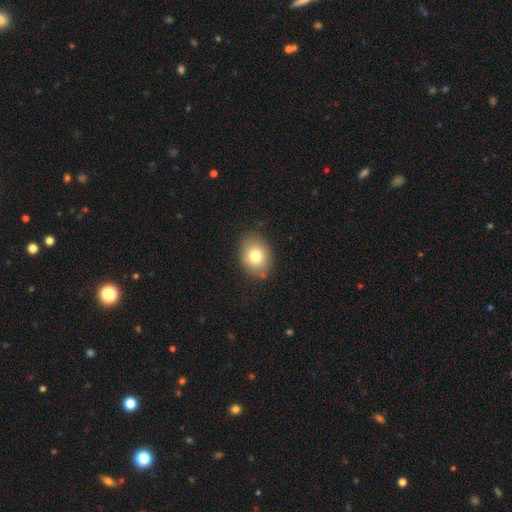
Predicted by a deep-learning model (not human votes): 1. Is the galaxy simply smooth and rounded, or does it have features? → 78% smooth, 12% featured or disk, 10% star or artifact.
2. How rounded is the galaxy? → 63% in between, 37% round, 1% cigar-shaped.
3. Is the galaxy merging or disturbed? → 84% none, 12% minor disturbance, 3% major disturbance, 2% merger.